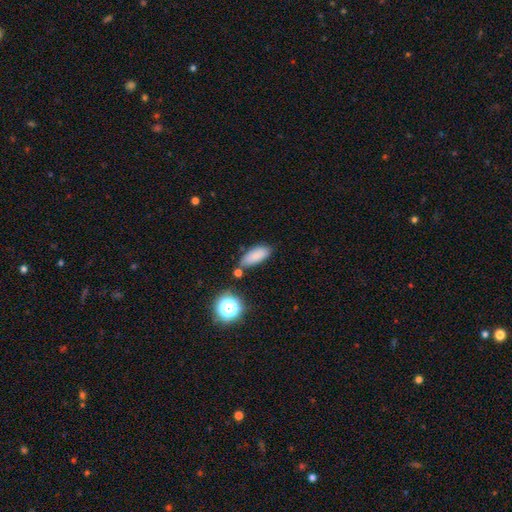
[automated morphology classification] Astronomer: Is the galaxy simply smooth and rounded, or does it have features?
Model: smooth — 82%.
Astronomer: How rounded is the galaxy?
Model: in between — 80%.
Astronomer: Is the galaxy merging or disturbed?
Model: none — 70%.